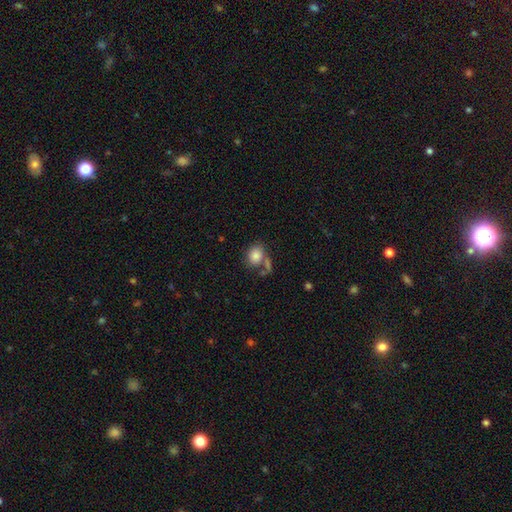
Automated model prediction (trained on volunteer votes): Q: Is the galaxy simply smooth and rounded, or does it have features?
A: smooth — 83%.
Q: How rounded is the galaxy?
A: in between — 51%.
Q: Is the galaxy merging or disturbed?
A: none — 52%.